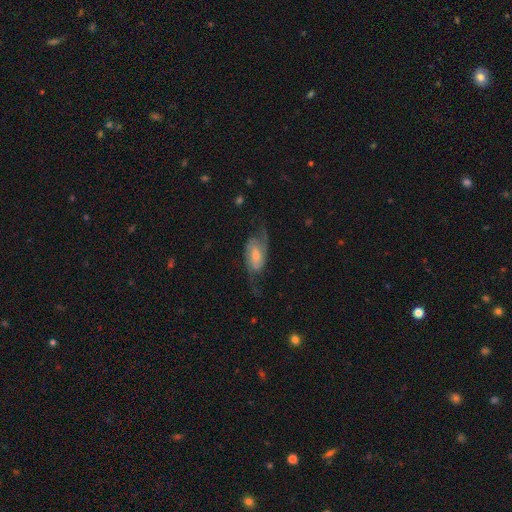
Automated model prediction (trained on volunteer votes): This is likely a featured or disk galaxy (73%). It is clearly not viewed edge-on (95%). Bar: marginally no (43%). Spiral arm pattern: clearly yes (93%). Spiral arm count: clearly 2 (87%). Spiral winding: possibly loose (47%). Central bulge: possibly small (45%). Merging: possibly none (57%).